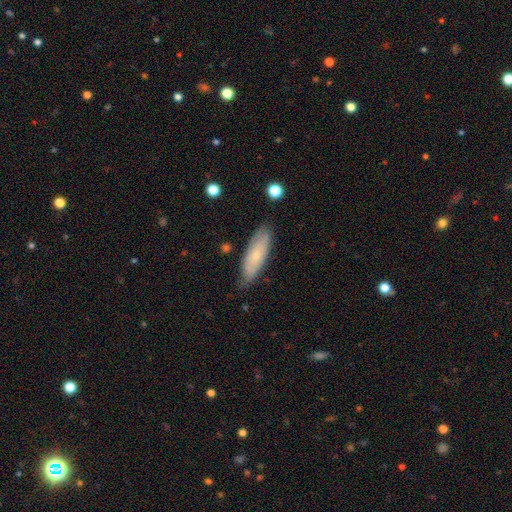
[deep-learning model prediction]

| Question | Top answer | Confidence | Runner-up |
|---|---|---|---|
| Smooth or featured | smooth | 65% | featured or disk (28%) |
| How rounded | cigar-shaped | 50% | in between (48%) |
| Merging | none | 79% | minor disturbance (17%) |